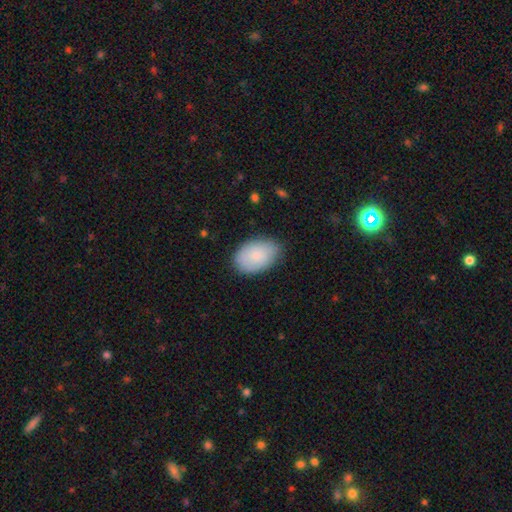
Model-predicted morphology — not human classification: This appears to be a smooth galaxy with no disk features (87%) that is in between round and cigar-shaped (90%). Merging: none (79%).